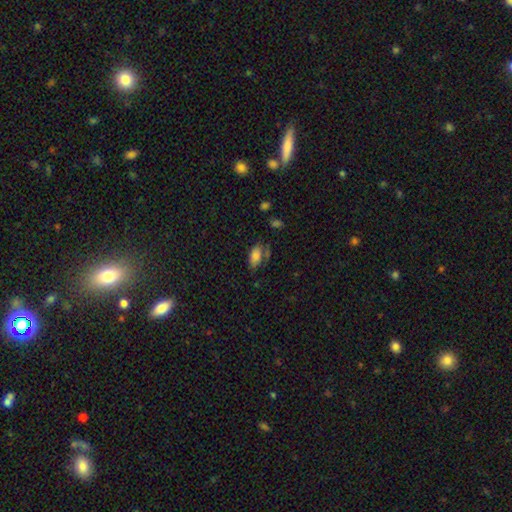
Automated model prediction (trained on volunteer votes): Overall: smooth (79%). How rounded: in between (92%). Merging: none (52%; minor disturbance 25%).